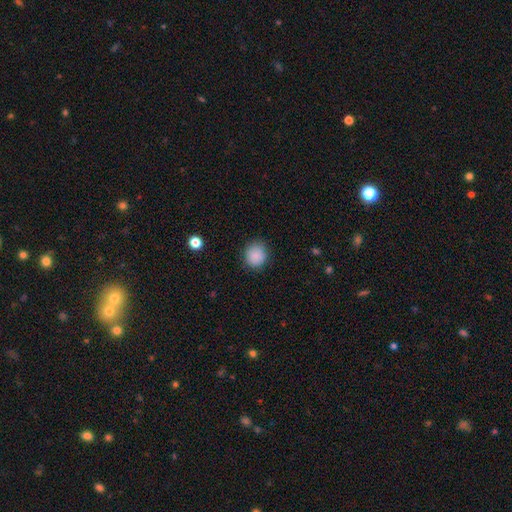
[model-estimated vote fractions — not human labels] A smooth galaxy with no disk features (87%) that is round (84%).

Vote fractions:
- Smooth or featured? smooth: 87% / star or artifact: 9% / featured or disk: 3%
- How rounded? round: 84% / in between: 15% / cigar-shaped: 1%
- Merging? none: 86% / minor disturbance: 10% / major disturbance: 3% / merger: 1%